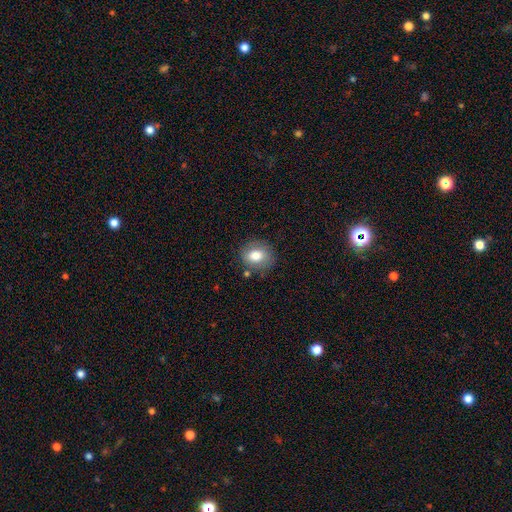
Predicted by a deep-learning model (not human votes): Overall: smooth (78%). How rounded: round (60%; in between 39%). Merging: none (79%).